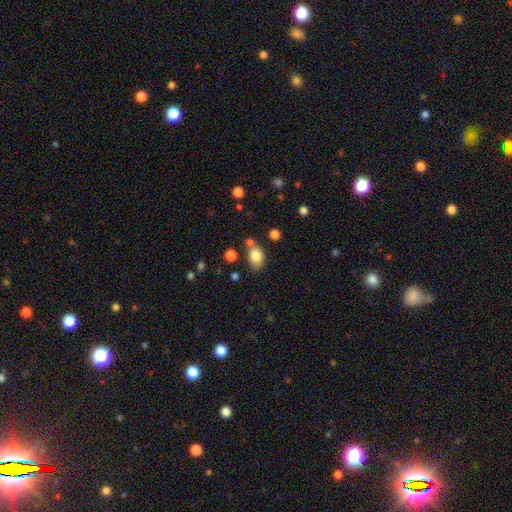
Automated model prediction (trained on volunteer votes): Overall: smooth (82%). How rounded: in between (67%; round 32%). Merging: none (61%).